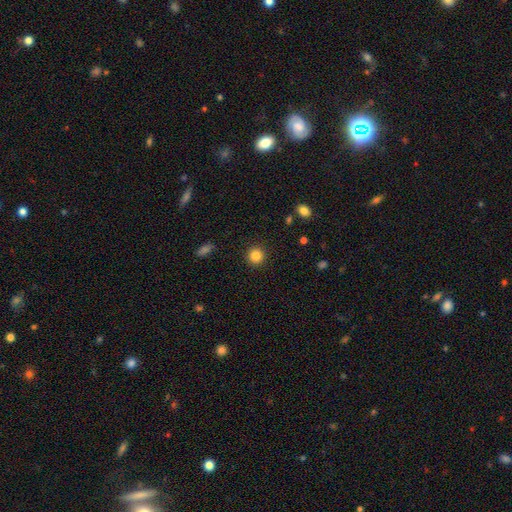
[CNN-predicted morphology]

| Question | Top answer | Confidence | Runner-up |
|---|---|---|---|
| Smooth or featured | smooth | 85% | star or artifact (10%) |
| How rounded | round | 93% | in between (6%) |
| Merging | none | 92% | minor disturbance (5%) |